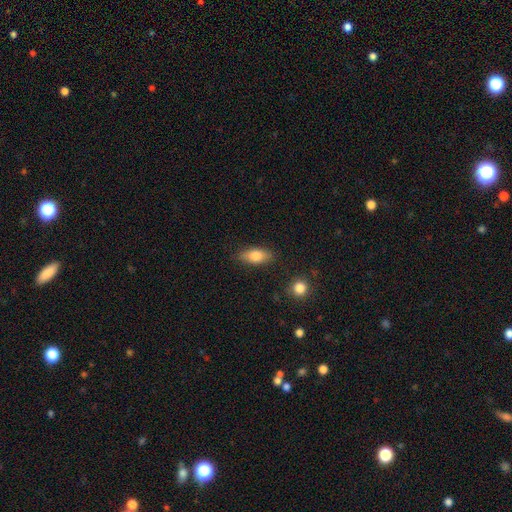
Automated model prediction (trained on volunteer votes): smooth-or-featured: smooth: 78% | featured or disk: 15% | star or artifact: 7%
  how-rounded: in between: 82% | cigar-shaped: 13% | round: 5%
  merging: none: 81% | minor disturbance: 13% | major disturbance: 3% | merger: 2%